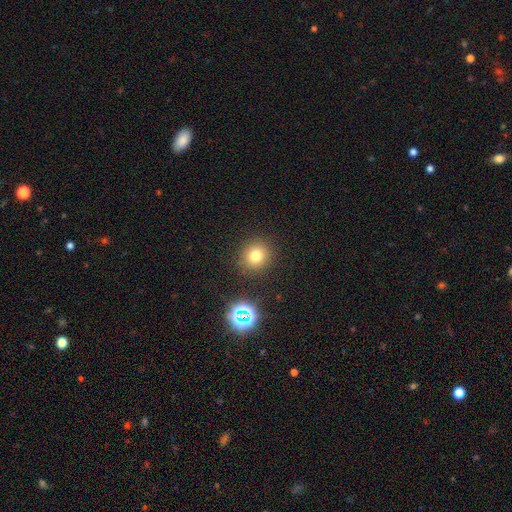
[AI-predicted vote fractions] smooth_or_featured: smooth (p=0.73) [alt: star or artifact p=0.19]
how_rounded: round (p=0.89) [alt: in between p=0.10]
merging: none (p=0.88) [alt: minor disturbance p=0.07]